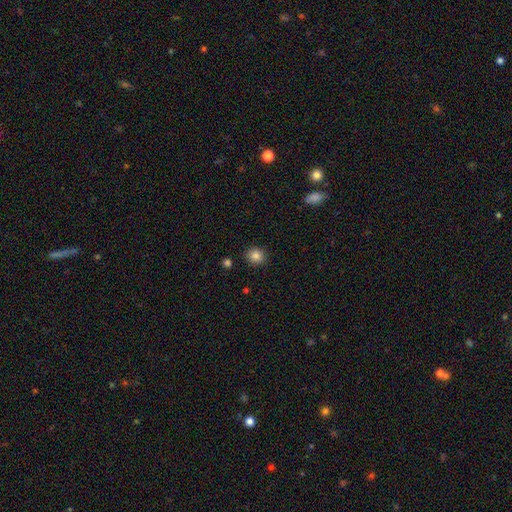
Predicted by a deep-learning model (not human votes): smooth_or_featured: smooth (p=0.84) [alt: star or artifact p=0.11]
how_rounded: round (p=0.84) [alt: in between p=0.15]
merging: none (p=0.89) [alt: minor disturbance p=0.07]